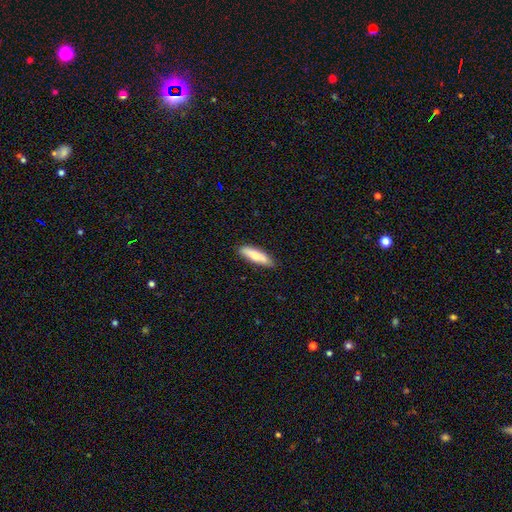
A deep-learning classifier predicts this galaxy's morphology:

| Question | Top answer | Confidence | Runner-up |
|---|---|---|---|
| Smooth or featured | smooth | 74% | featured or disk (20%) |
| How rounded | cigar-shaped | 66% | in between (32%) |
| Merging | none | 86% | minor disturbance (11%) |